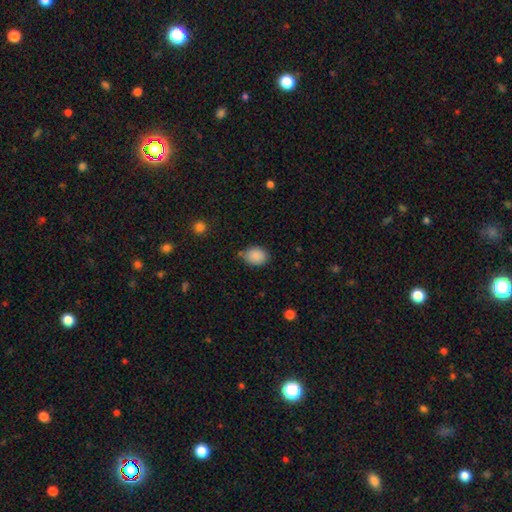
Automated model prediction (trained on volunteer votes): Smooth or featured: smooth — 88% (star or artifact — 8%)
How rounded: in between — 65% (round — 34%)
Merging: none — 73% (minor disturbance — 20%)